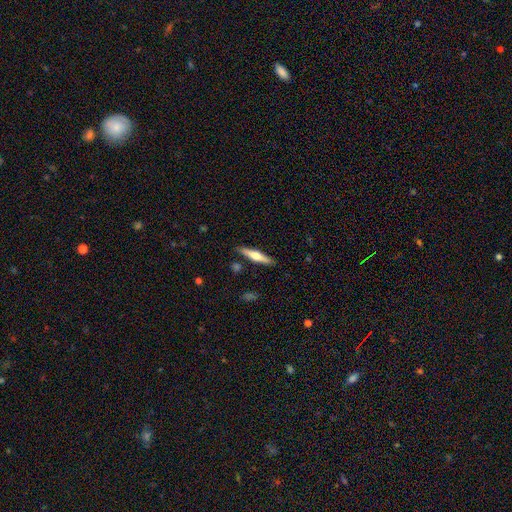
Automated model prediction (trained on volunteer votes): featured or disk 57%, smooth 37%, star or artifact 6%. Down the decision tree: edge-on disk — yes (97%); edge-on bulge — rounded (90%); merging — none (88%).